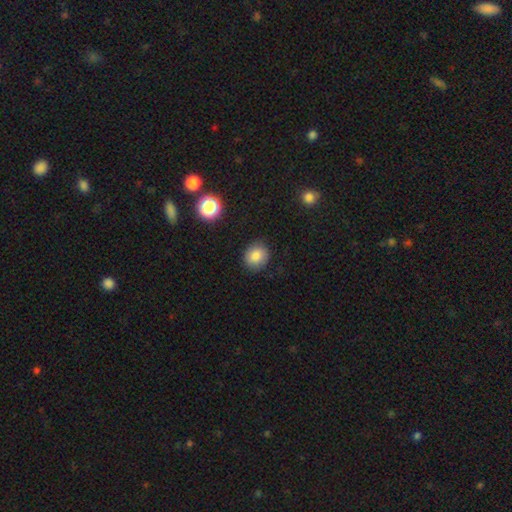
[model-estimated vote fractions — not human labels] Smooth or featured? smooth (84%)
How rounded? round (73%)
Merging? none (87%)